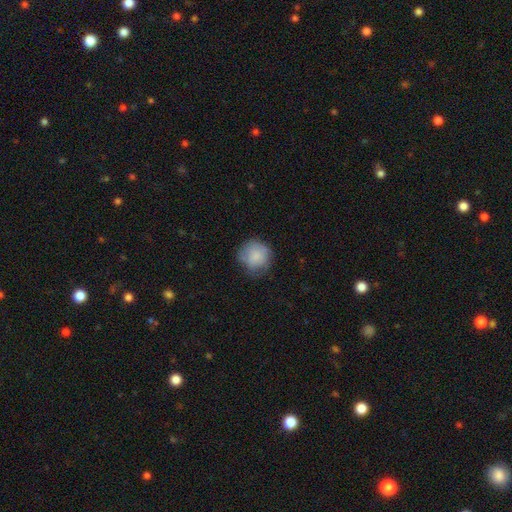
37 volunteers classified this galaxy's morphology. Overall: smooth (78%). How rounded: round (97%). Merging: none (51%; minor disturbance 40%).